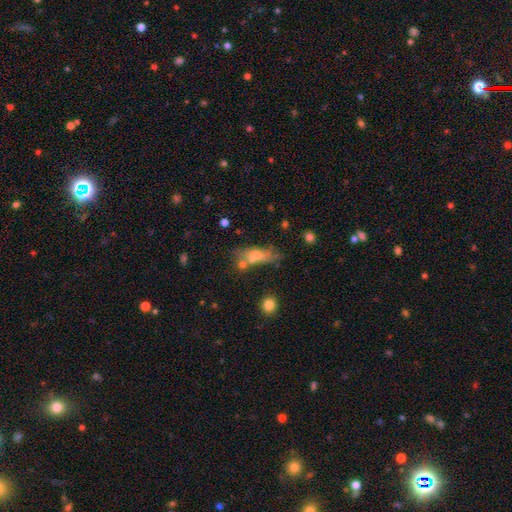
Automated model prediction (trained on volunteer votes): smooth_or_featured: smooth (p=0.60) [alt: featured or disk p=0.29]
how_rounded: in between (p=0.65) [alt: cigar-shaped p=0.28]
merging: none (p=0.39) [alt: merger p=0.29]